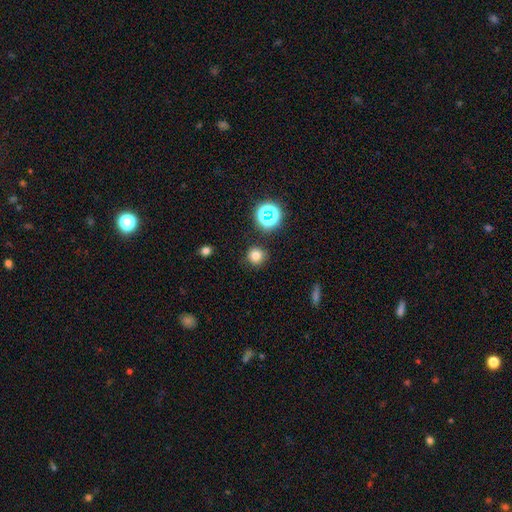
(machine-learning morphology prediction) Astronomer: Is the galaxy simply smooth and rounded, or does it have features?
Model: smooth — 76%.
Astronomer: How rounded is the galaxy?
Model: round — 93%.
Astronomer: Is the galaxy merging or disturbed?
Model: none — 87%.